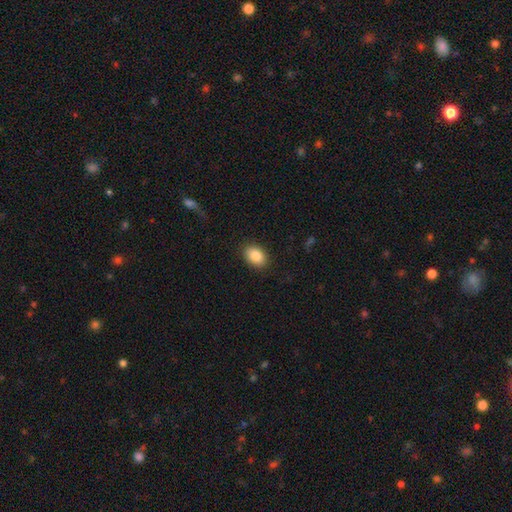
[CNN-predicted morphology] A smooth galaxy with no disk features (87%) that is in between round and cigar-shaped (80%). Merging: none (88%).